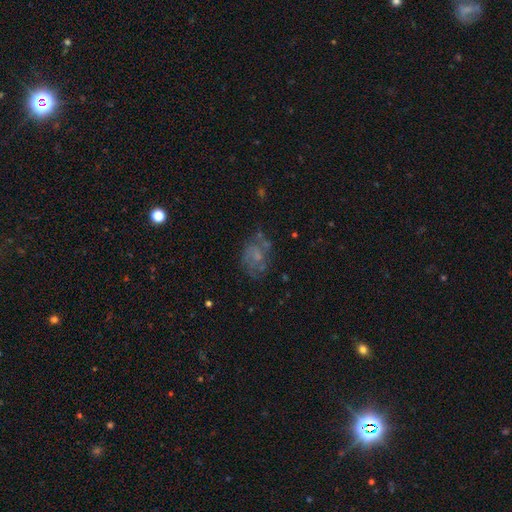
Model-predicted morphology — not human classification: A featured or disk galaxy (54%) with no bar (74%), spiral arms (58%) and a small central bulge (39%).

Vote fractions:
- Smooth or featured? featured or disk: 54% / smooth: 33% / star or artifact: 14%
- Edge-on disk? no: 97% / yes: 3%
- Bar? no: 74% / weak: 22% / strong: 3%
- Spiral arms? yes: 58% / no: 42%
- Bulge size? small: 39% / none: 33% / moderate: 24% / large: 3% / dominant: 1%
- Merging? none: 53% / minor disturbance: 23% / major disturbance: 18% / merger: 5%